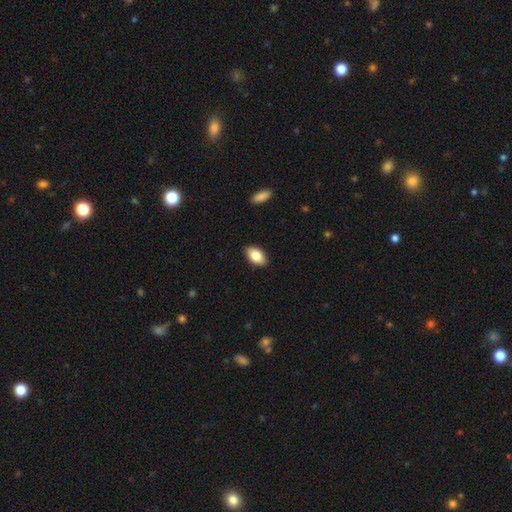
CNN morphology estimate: A smooth galaxy with no disk features (82%) that is in between round and cigar-shaped (93%).

Vote fractions:
- Smooth or featured? smooth: 82% / featured or disk: 11% / star or artifact: 7%
- How rounded? in between: 93% / round: 5% / cigar-shaped: 2%
- Merging? none: 89% / minor disturbance: 8% / major disturbance: 2% / merger: 1%